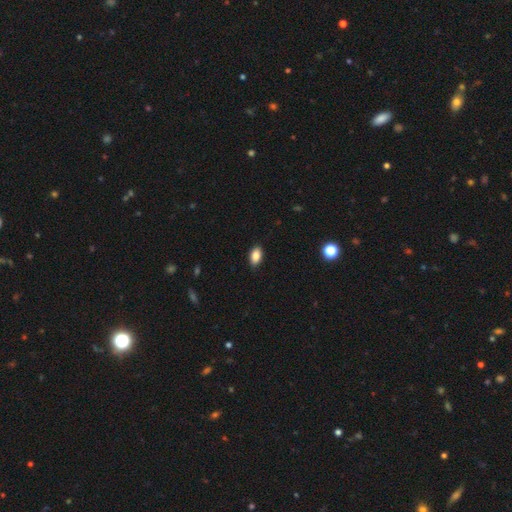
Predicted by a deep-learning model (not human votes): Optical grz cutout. It shows a smooth galaxy with no disk features (86%) that is in between round and cigar-shaped (91%). Merging: none (88%).